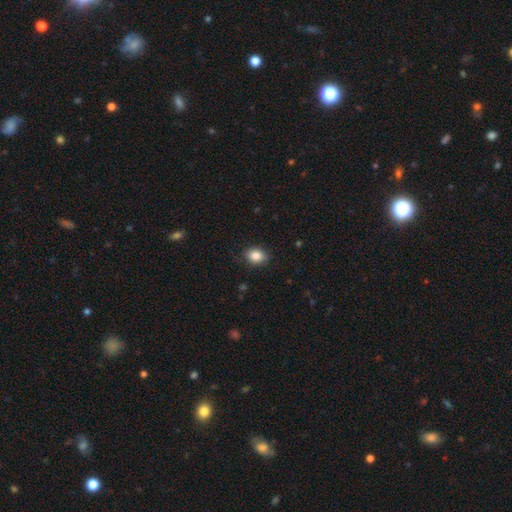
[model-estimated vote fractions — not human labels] smooth 86%, star or artifact 9%, featured or disk 5%. Down the decision tree: how rounded — in between (54%); merging — none (83%).